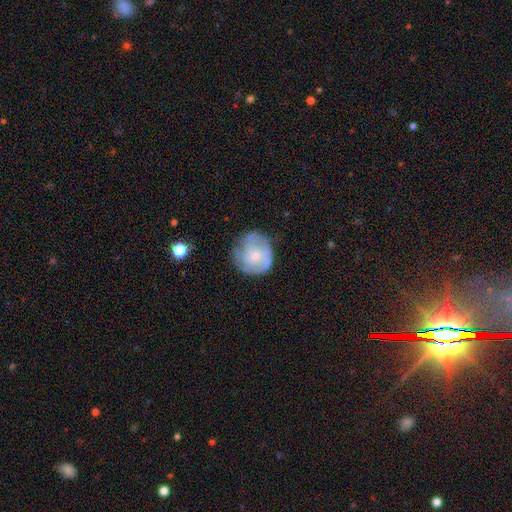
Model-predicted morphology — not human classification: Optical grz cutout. It shows a featured or disk galaxy (64%) with no bar (79%), spiral arms (75%) and a small central bulge (63%). Merging: none (64%).